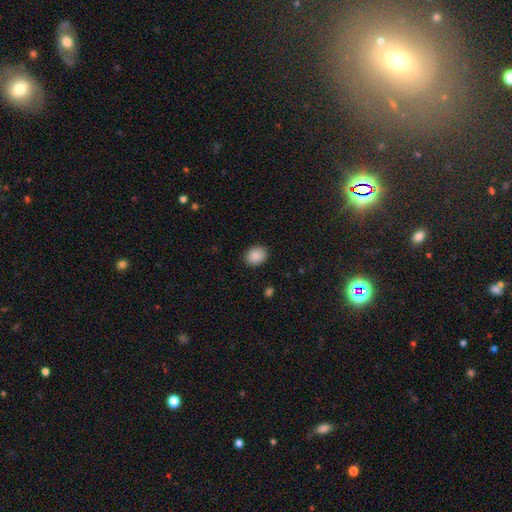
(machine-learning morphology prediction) A smooth galaxy with no disk features (89%) that is in between round and cigar-shaped (53%).

Vote fractions:
- Smooth or featured? smooth: 89% / star or artifact: 8% / featured or disk: 3%
- How rounded? in between: 53% / round: 46% / cigar-shaped: 1%
- Merging? none: 89% / minor disturbance: 8% / major disturbance: 2% / merger: 1%